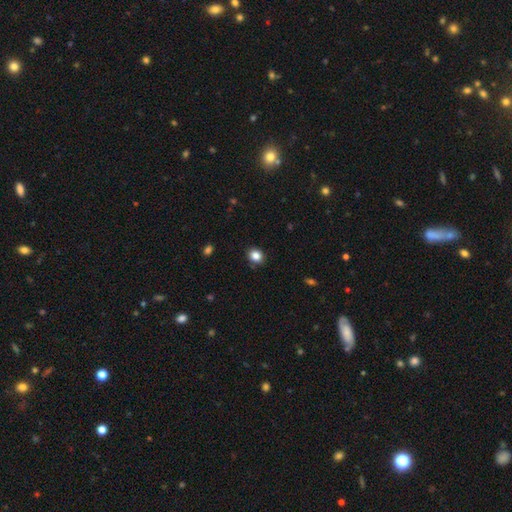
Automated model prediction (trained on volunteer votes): A smooth galaxy with no disk features (85%) that is round (67%).

Vote fractions:
- Smooth or featured? smooth: 85% / star or artifact: 11% / featured or disk: 4%
- How rounded? round: 67% / in between: 32% / cigar-shaped: 1%
- Merging? none: 88% / minor disturbance: 9% / major disturbance: 2% / merger: 1%